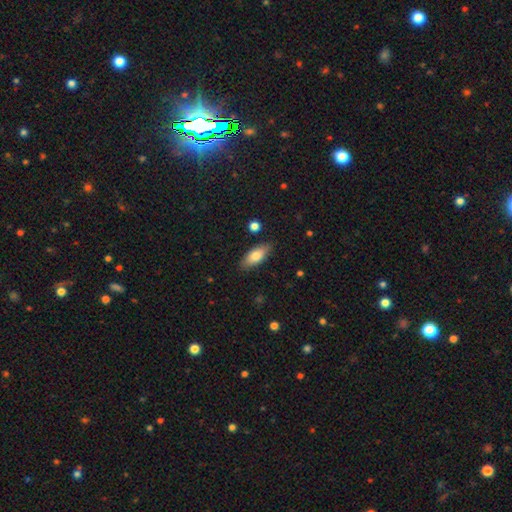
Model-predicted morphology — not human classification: Smooth or featured?
  - smooth: 78% *
  - featured or disk: 16%
  - star or artifact: 7%
How rounded?
  - in between: 78% *
  - cigar-shaped: 19%
  - round: 3%
Merging?
  - none: 84% *
  - minor disturbance: 11%
  - major disturbance: 2%
  - merger: 2%